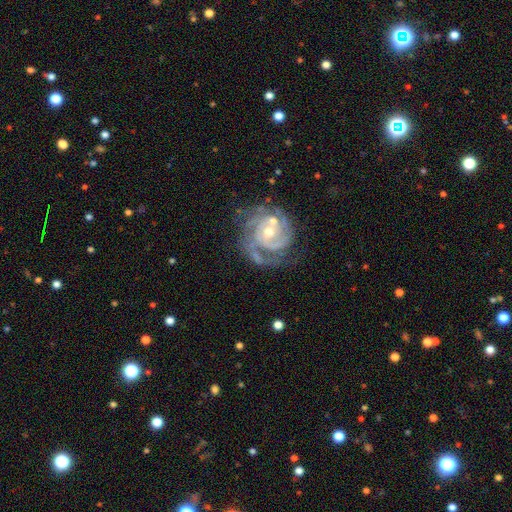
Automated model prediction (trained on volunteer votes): Q: Smooth or featured?
A: featured or disk (90%); runner-up: star or artifact (6%)
Q: Edge-on disk?
A: no (98%); runner-up: yes (2%)
Q: Bar?
A: no (65%); runner-up: weak (26%)
Q: Spiral arms?
A: yes (97%); runner-up: no (3%)
Q: Spiral winding?
A: tight (72%); runner-up: medium (24%)
Q: Spiral arm count?
A: 2 (33%); runner-up: 3 (31%)
Q: Bulge size?
A: moderate (49%); runner-up: small (47%)
Q: Merging?
A: none (63%); runner-up: minor disturbance (19%)